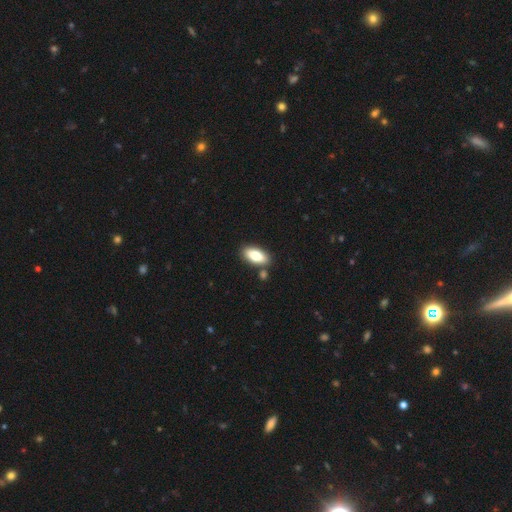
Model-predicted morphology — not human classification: Smooth or featured? Predicted: smooth (p=0.78). How rounded? Predicted: in between (p=0.90). Merging? Predicted: none (p=0.80).